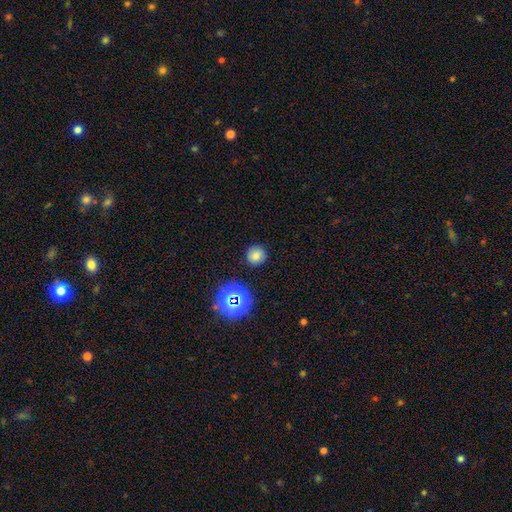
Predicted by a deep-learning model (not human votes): Smooth or featured? Predicted: smooth (p=0.73). How rounded? Predicted: round (p=0.93). Merging? Predicted: none (p=0.89).